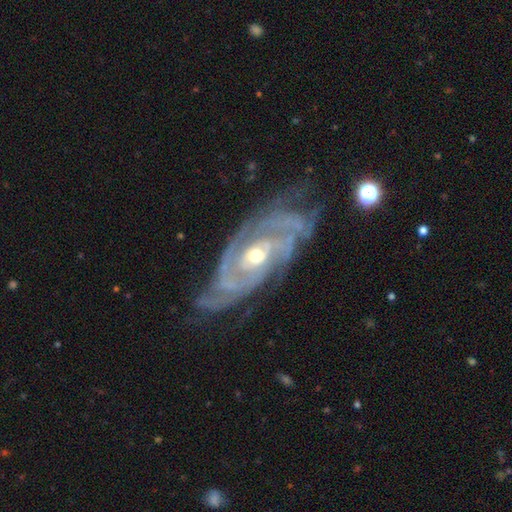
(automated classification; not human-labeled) This appears to be a featured or disk galaxy (89%) with no bar (65%), 2 (30%) tight (66%) spiral arms (95%) and a moderate central bulge (59%). Merging: none (60%).